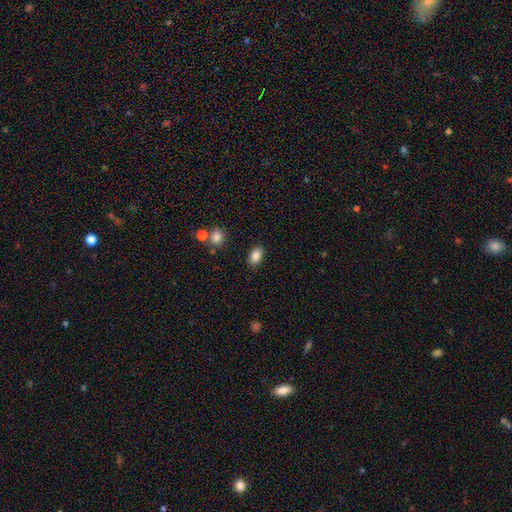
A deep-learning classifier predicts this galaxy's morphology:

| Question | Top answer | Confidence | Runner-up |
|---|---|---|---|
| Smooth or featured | smooth | 85% | star or artifact (9%) |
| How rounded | in between | 89% | round (9%) |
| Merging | none | 87% | minor disturbance (9%) |